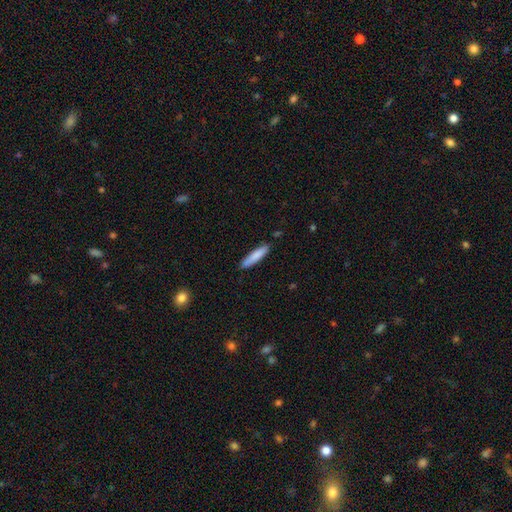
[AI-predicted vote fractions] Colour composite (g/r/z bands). It shows a smooth galaxy with no disk features (83%) that is cigar-shaped (83%). Merging: none (84%).